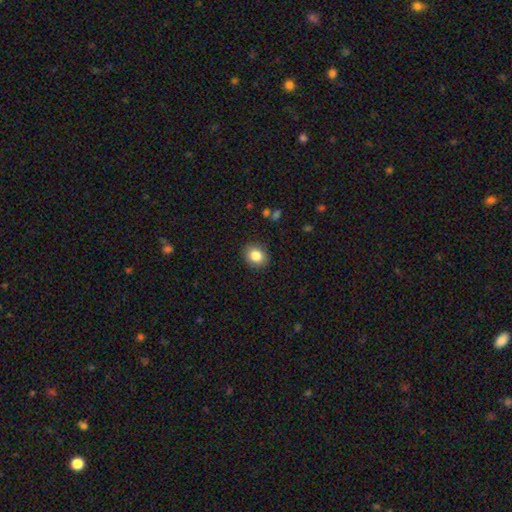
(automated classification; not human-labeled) Q: Smooth or featured?
A: smooth (83%); runner-up: star or artifact (9%)
Q: How rounded?
A: round (59%); runner-up: in between (40%)
Q: Merging?
A: none (88%); runner-up: minor disturbance (8%)